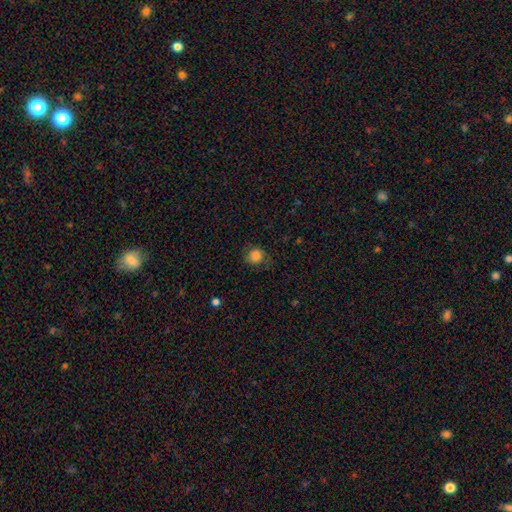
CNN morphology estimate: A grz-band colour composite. It shows a smooth galaxy with no disk features (81%) that is round (81%). Merging: none (69%).